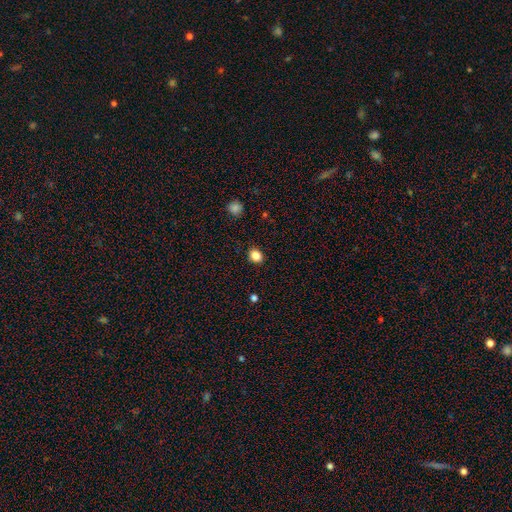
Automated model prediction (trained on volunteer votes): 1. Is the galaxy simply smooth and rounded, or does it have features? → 86% smooth, 10% star or artifact, 4% featured or disk.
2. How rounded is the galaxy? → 52% round, 47% in between, 1% cigar-shaped.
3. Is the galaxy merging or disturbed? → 89% none, 8% minor disturbance, 2% major disturbance, 1% merger.